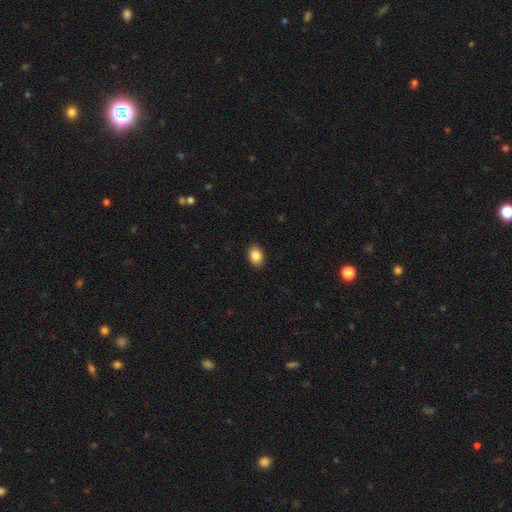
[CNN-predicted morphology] Overall: smooth (86%). How rounded: in between (78%). Merging: none (90%).